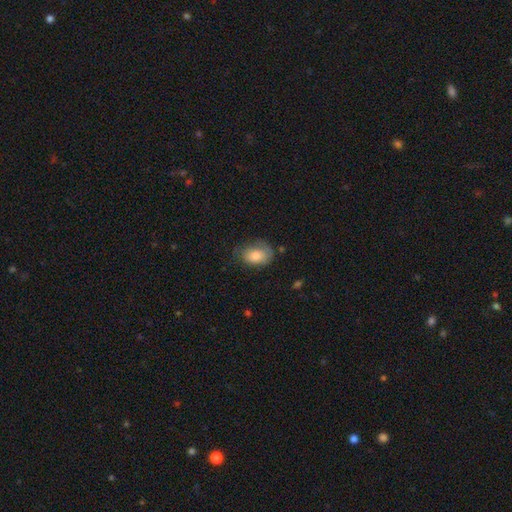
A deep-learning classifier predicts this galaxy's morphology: A smooth galaxy with no disk features (76%) that is in between round and cigar-shaped (84%). Merging: none (54%).